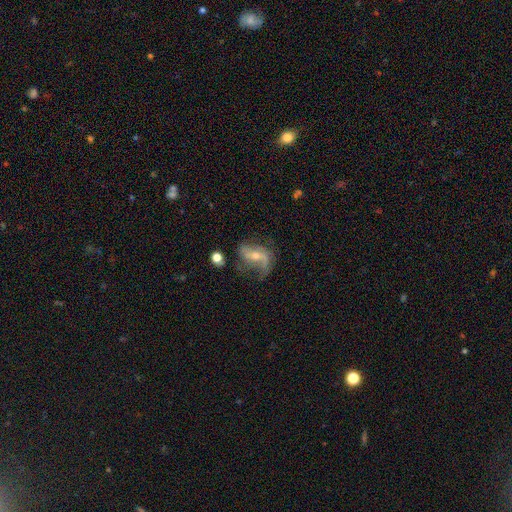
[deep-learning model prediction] Morphology: type=featured or disk (78%); edge-on=no (95%); bar=weak (38%); spiral arms=yes (90%); winding=loose (69%); arm count=2 (77%); bulge=moderate (48%); merging=none (53%).